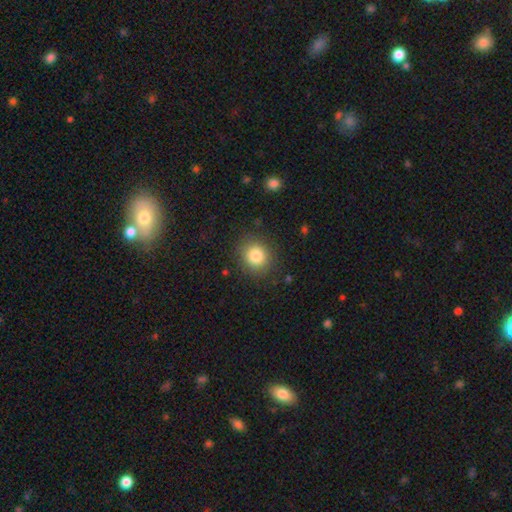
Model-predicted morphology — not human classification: smooth_or_featured: smooth (p=0.84) [alt: star or artifact p=0.10]
how_rounded: round (p=0.80) [alt: in between p=0.19]
merging: none (p=0.86) [alt: minor disturbance p=0.09]